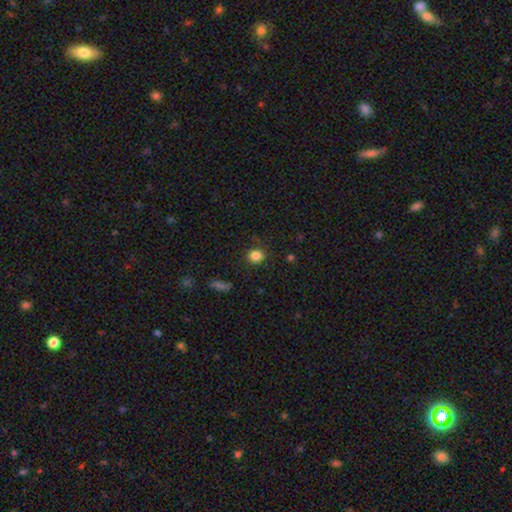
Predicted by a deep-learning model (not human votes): The model was most divided on "how rounded": round: 81%, in between: 18%, cigar-shaped: 1%. More confident: merging — none (86%); smooth or featured — smooth (84%).